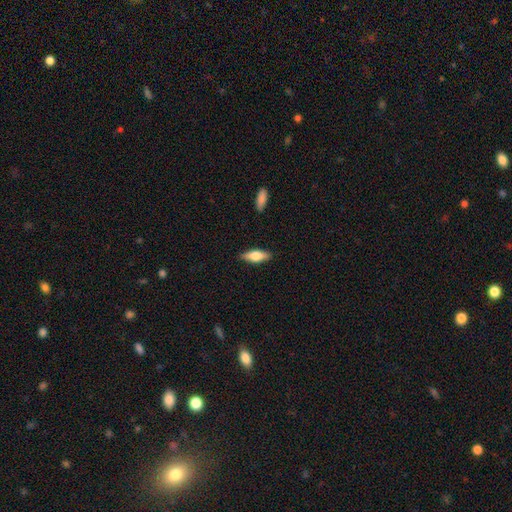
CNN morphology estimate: This is likely a smooth galaxy (61%). How rounded: likely in between (61%). Merging: clearly none (87%).